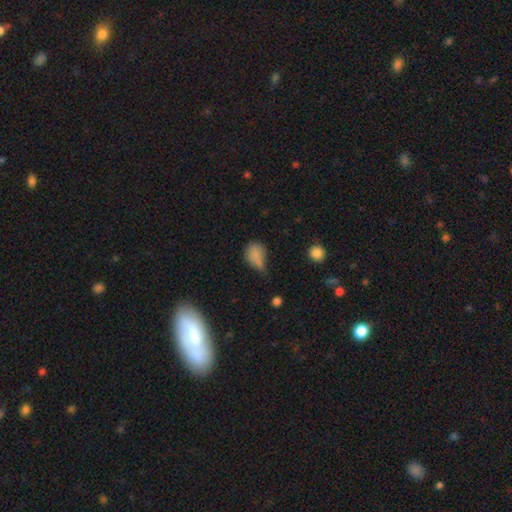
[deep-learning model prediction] This is likely a smooth galaxy (79%). How rounded: likely in between (71%). Merging: possibly minor disturbance (47%).